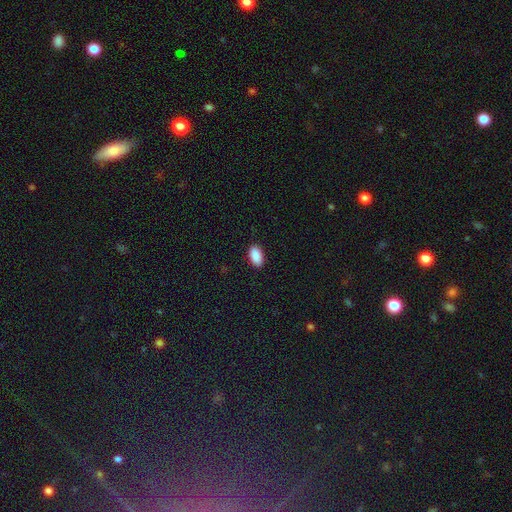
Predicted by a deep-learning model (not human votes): A smooth galaxy with no disk features (91%) that is in between round and cigar-shaped (95%).

Vote fractions:
- Smooth or featured? smooth: 91% / star or artifact: 7% / featured or disk: 3%
- How rounded? in between: 95% / round: 3% / cigar-shaped: 2%
- Merging? none: 90% / minor disturbance: 8% / major disturbance: 2% / merger: 1%